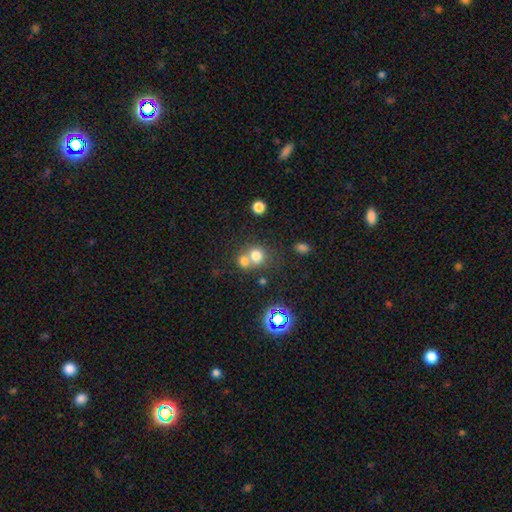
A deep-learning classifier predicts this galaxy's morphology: Smooth or featured? Predicted: smooth (p=0.73). How rounded? Predicted: round (p=0.81). Merging? Predicted: merger (p=0.51).